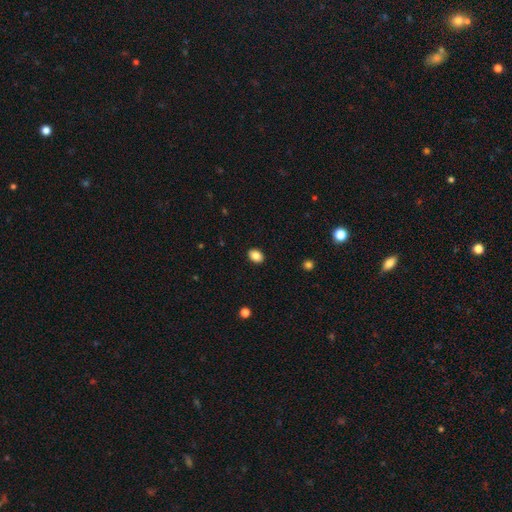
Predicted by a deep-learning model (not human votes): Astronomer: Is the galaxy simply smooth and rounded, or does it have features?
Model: smooth — 87%.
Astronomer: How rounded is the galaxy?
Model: in between — 74%.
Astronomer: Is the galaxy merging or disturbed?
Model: none — 90%.